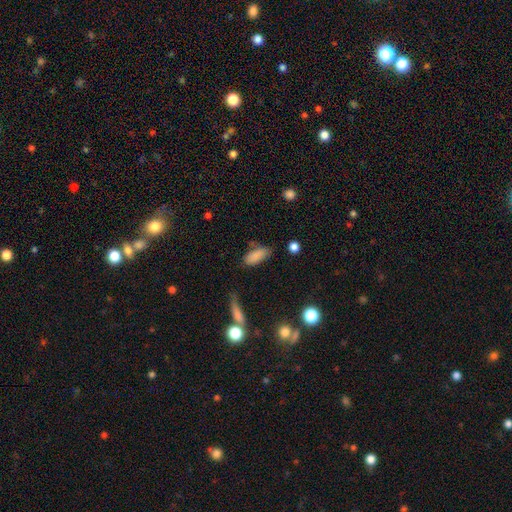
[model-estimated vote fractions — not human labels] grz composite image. It shows a smooth galaxy with no disk features (85%) that is in between round and cigar-shaped (81%). Merging: none (64%).